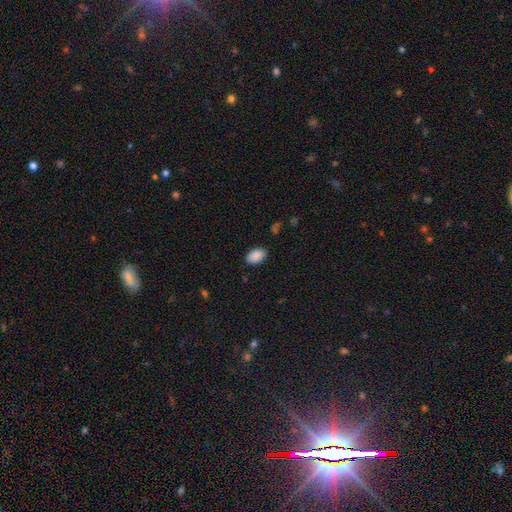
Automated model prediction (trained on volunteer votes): Q: Smooth or featured?
A: smooth (90%); runner-up: star or artifact (7%)
Q: How rounded?
A: in between (92%); runner-up: round (7%)
Q: Merging?
A: none (87%); runner-up: minor disturbance (10%)